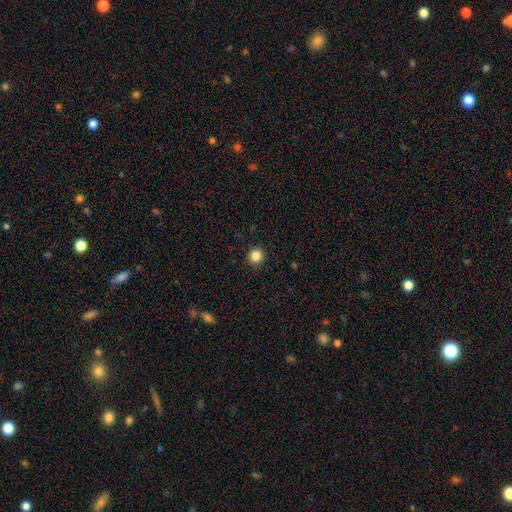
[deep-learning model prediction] Smooth or featured: smooth — 85% (star or artifact — 11%)
How rounded: round — 91% (in between — 8%)
Merging: none — 92% (minor disturbance — 6%)